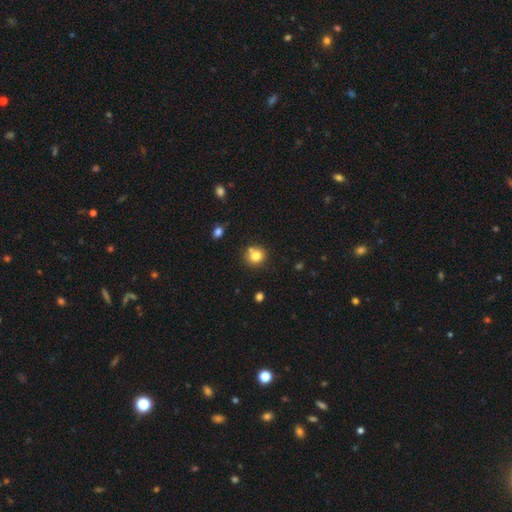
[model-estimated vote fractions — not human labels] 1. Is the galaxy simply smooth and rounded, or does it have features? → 78% smooth, 12% star or artifact, 9% featured or disk.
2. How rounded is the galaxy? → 88% round, 11% in between, 1% cigar-shaped.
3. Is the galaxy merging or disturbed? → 71% none, 16% merger, 10% minor disturbance, 3% major disturbance.